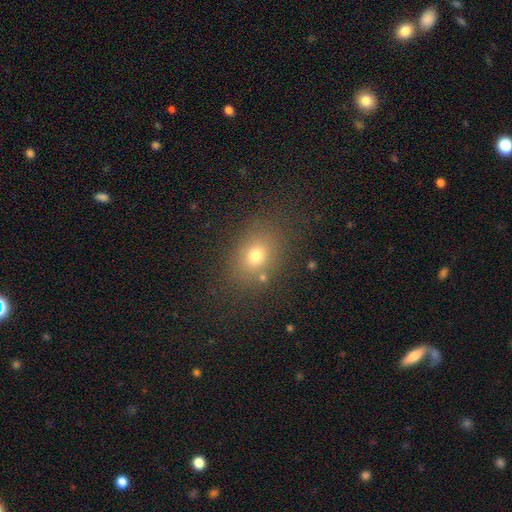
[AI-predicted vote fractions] A smooth galaxy with no disk features (71%) that is in between round and cigar-shaped (57%).

Vote fractions:
- Smooth or featured? smooth: 71% / star or artifact: 17% / featured or disk: 12%
- How rounded? in between: 57% / round: 42% / cigar-shaped: 1%
- Merging? none: 79% / minor disturbance: 12% / major disturbance: 5% / merger: 4%